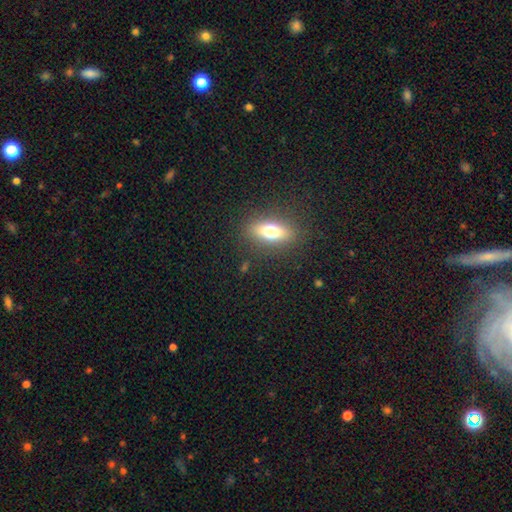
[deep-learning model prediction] Smooth or featured? Predicted: smooth (p=0.54). How rounded? Predicted: in between (p=0.66). Merging? Predicted: none (p=0.89).